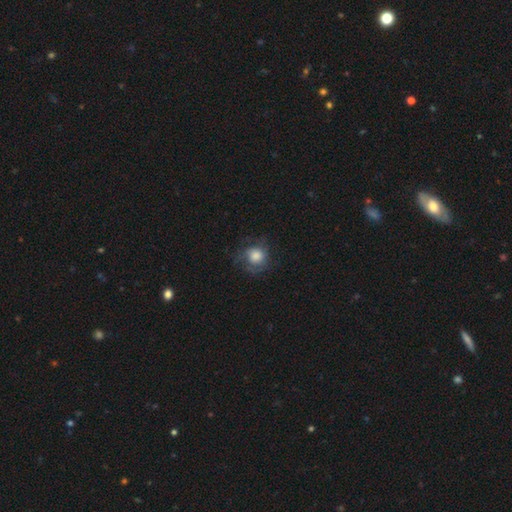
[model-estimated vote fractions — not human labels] smooth_or_featured: smooth (p=0.61) [alt: featured or disk p=0.29]
how_rounded: round (p=0.86) [alt: in between p=0.13]
merging: none (p=0.62) [alt: minor disturbance p=0.21]